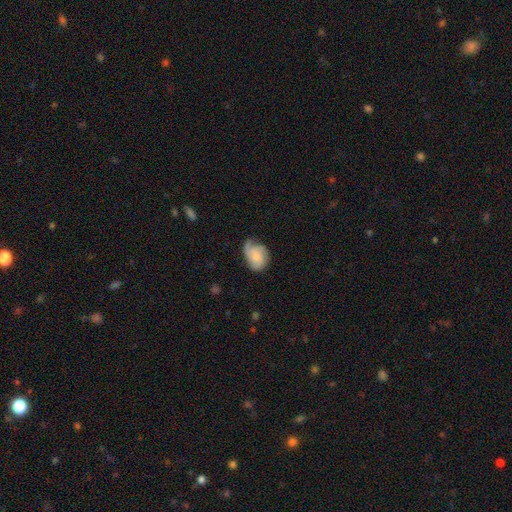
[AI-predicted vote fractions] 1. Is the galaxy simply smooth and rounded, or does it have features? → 48% smooth, 45% featured or disk, 7% star or artifact.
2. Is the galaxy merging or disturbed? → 43% none, 36% minor disturbance, 19% major disturbance, 2% merger.